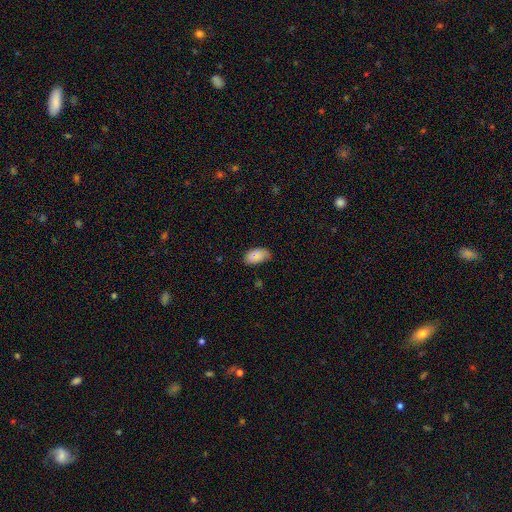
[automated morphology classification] Smooth or featured? Predicted: smooth (p=0.83). How rounded? Predicted: in between (p=0.94). Merging? Predicted: none (p=0.67).